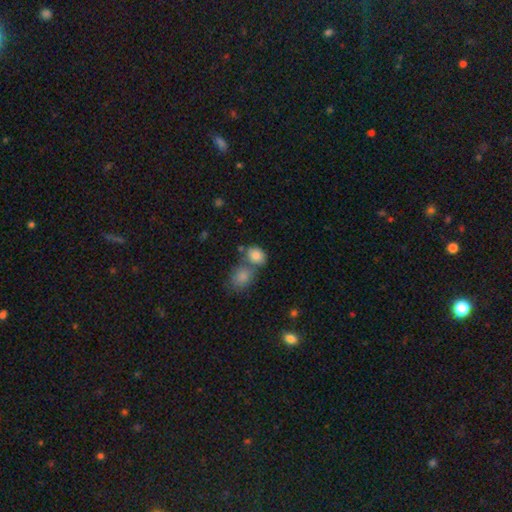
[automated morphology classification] Q: Smooth or featured?
A: smooth (84%); runner-up: star or artifact (9%)
Q: How rounded?
A: in between (62%); runner-up: round (36%)
Q: Merging?
A: none (44%); runner-up: merger (41%)